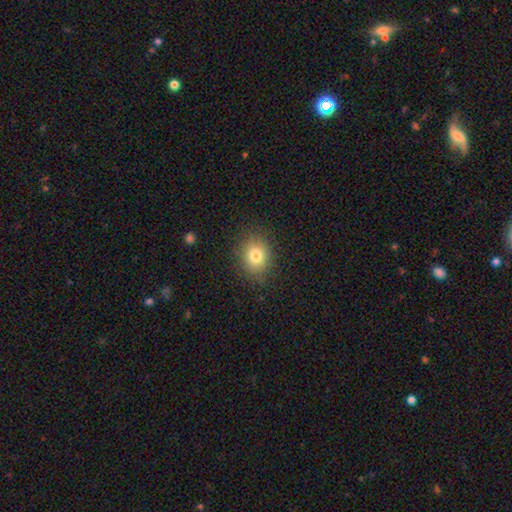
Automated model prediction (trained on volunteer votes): smooth-or-featured: smooth: 79% | star or artifact: 12% | featured or disk: 9%
  how-rounded: round: 66% | in between: 33% | cigar-shaped: 1%
  merging: none: 86% | minor disturbance: 10% | major disturbance: 3% | merger: 1%